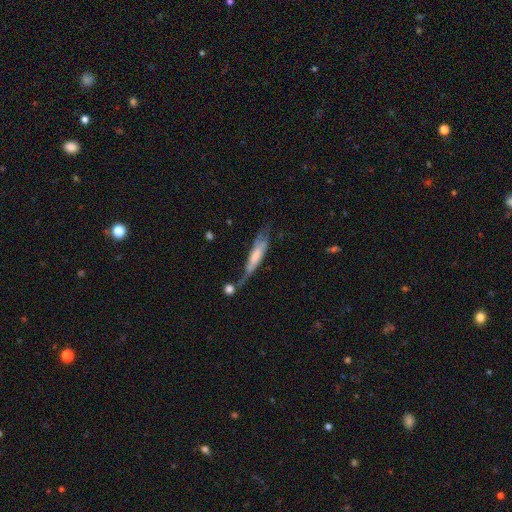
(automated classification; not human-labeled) Smooth or featured? Predicted: smooth (p=0.51). How rounded? Predicted: cigar-shaped (p=0.68). Merging? Predicted: none (p=0.28).